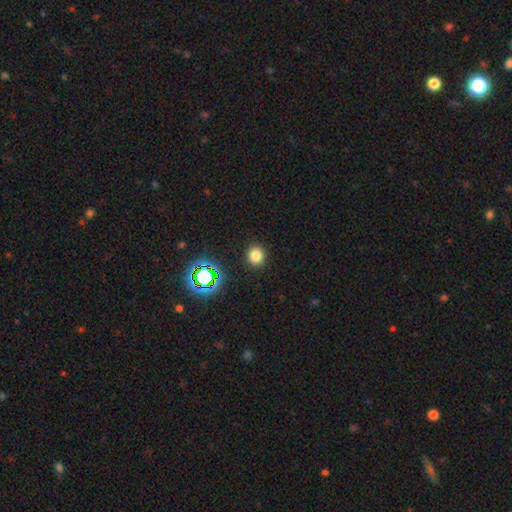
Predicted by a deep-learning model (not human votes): Q: Smooth or featured?
A: smooth (78%); runner-up: star or artifact (17%)
Q: How rounded?
A: round (86%); runner-up: in between (13%)
Q: Merging?
A: none (91%); runner-up: minor disturbance (6%)